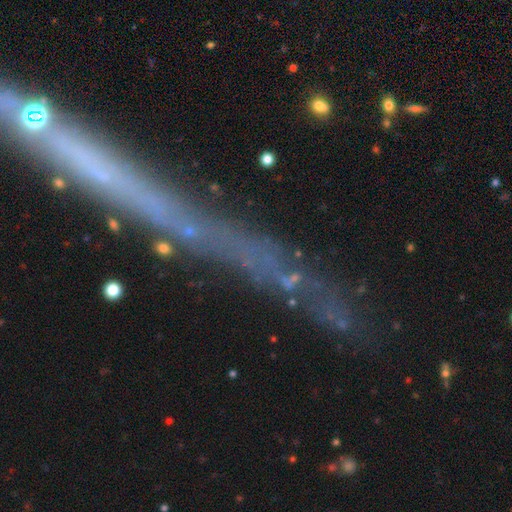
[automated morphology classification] A star or artifact, not a galaxy (39%).